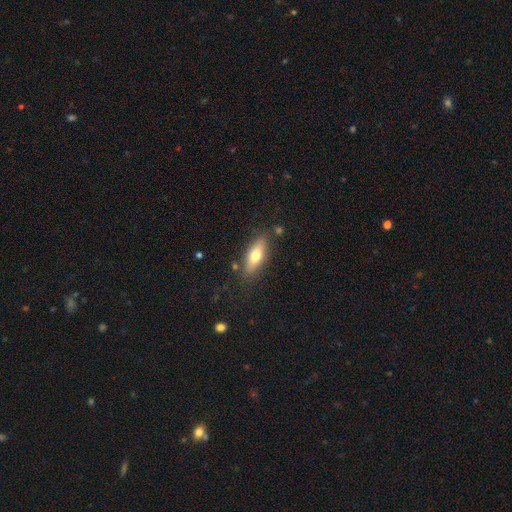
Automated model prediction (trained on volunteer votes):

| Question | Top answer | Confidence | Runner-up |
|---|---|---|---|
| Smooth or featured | smooth | 67% | featured or disk (26%) |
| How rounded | in between | 66% | cigar-shaped (31%) |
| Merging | none | 80% | minor disturbance (13%) |